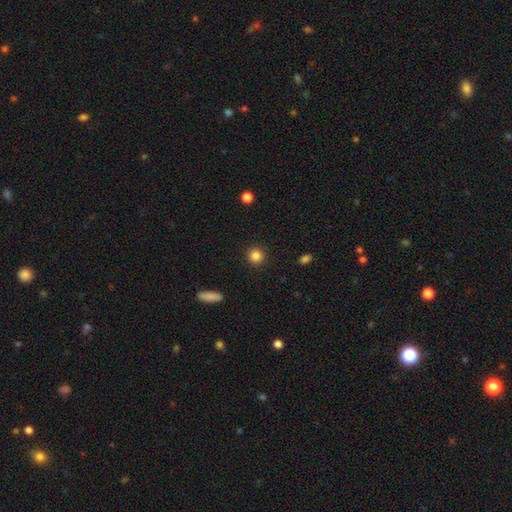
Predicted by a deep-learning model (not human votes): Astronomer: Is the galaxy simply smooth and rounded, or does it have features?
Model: smooth — 85%.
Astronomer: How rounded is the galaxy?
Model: round — 93%.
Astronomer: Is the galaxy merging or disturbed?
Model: none — 92%.